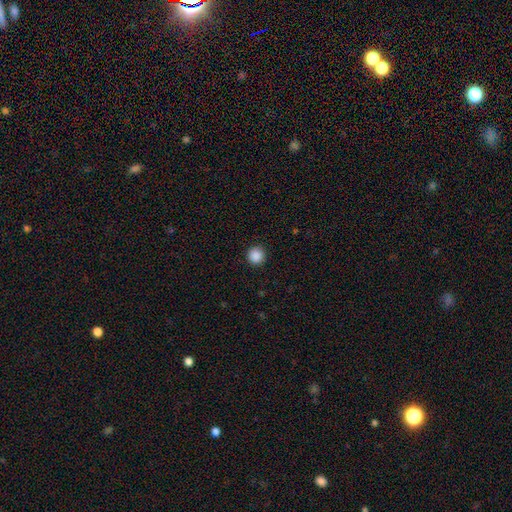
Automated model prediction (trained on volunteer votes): Smooth or featured? smooth (88%)
How rounded? round (95%)
Merging? none (92%)